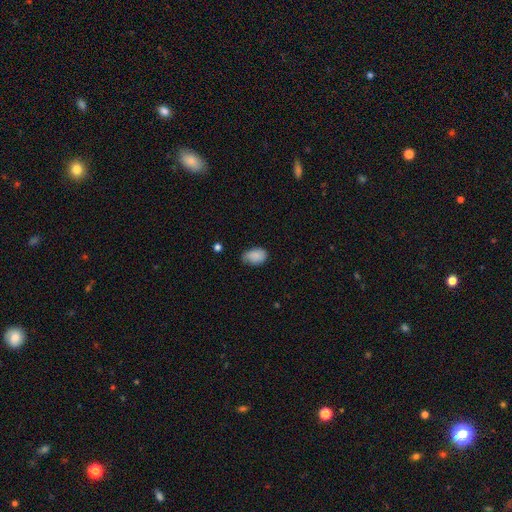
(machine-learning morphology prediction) The model was most divided on "merging": none: 59%, minor disturbance: 34%, major disturbance: 6%, merger: 2%. More confident: how rounded — in between (86%); smooth or featured — smooth (86%).